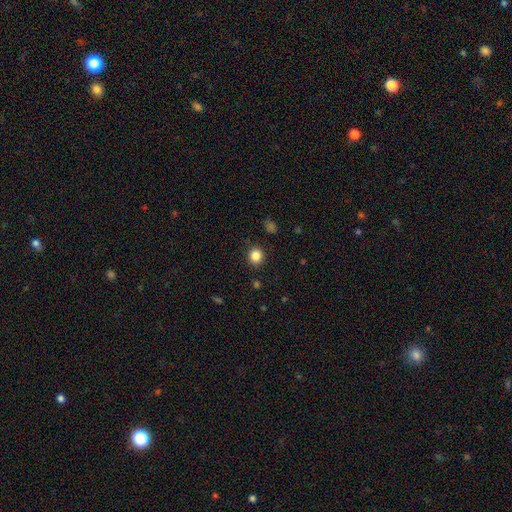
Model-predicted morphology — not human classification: type=smooth (85%); roundness=round (87%); merging=none (89%).